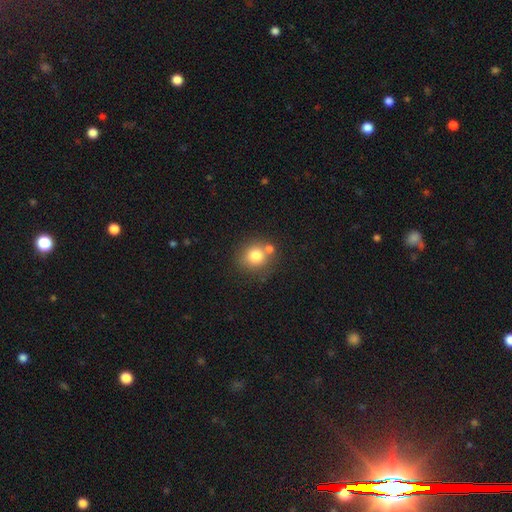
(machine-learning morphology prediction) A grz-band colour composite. It shows a smooth galaxy with no disk features (78%) that is round (84%). Merging: none (63%).